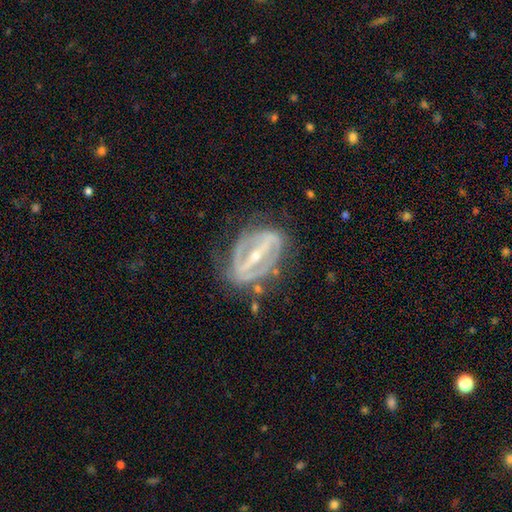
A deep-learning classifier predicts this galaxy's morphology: This appears to be a featured or disk galaxy (87%) with a strong bar (82%), 2 (64%) tight (50%) spiral arms (72%) and a small central bulge (62%). Merging: none (67%).